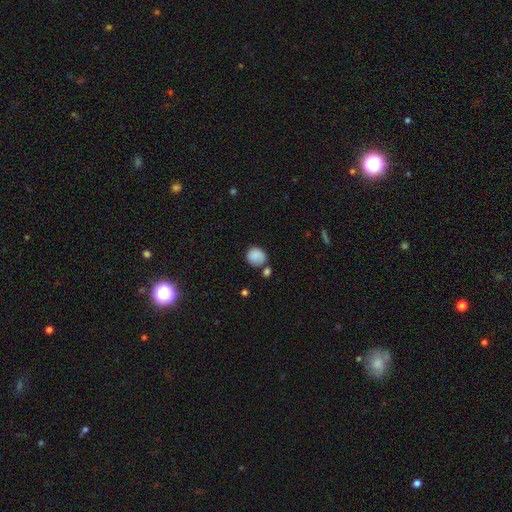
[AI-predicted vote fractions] This is clearly a smooth galaxy (86%). How rounded: clearly round (84%). Merging: likely none (66%).